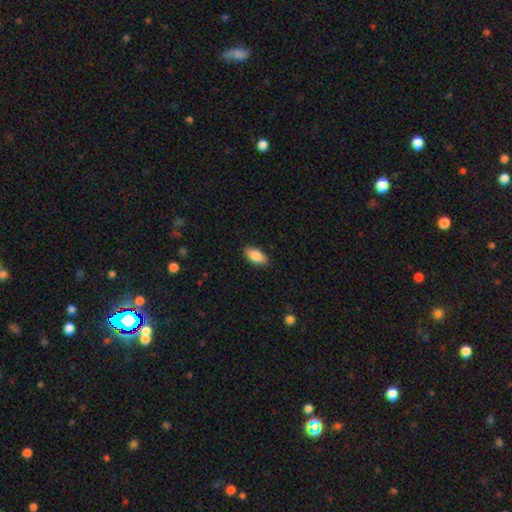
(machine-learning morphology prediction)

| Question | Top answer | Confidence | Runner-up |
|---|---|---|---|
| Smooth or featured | smooth | 87% | star or artifact (7%) |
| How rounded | in between | 93% | cigar-shaped (4%) |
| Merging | none | 88% | minor disturbance (9%) |